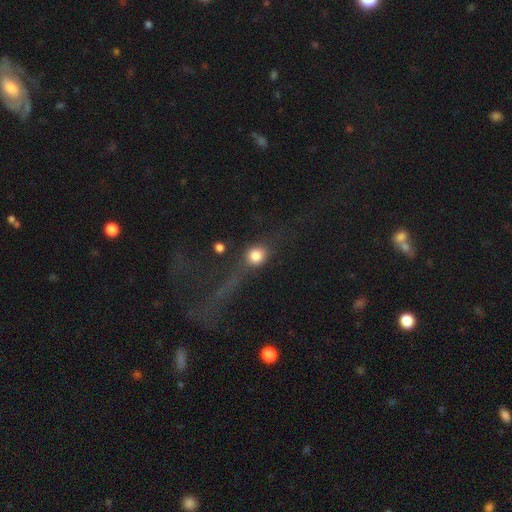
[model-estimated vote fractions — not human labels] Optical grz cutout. It shows a smooth galaxy with no disk features (71%) that is round (72%). Merging: none (46%).